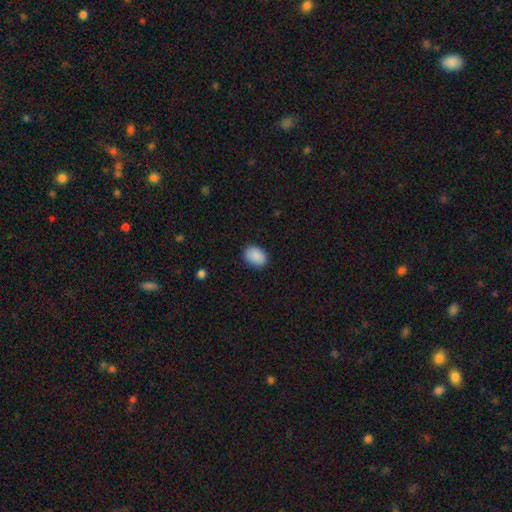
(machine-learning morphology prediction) The model was most divided on "how rounded": in between: 71%, round: 28%, cigar-shaped: 1%. More confident: smooth or featured — smooth (90%); merging — none (86%).